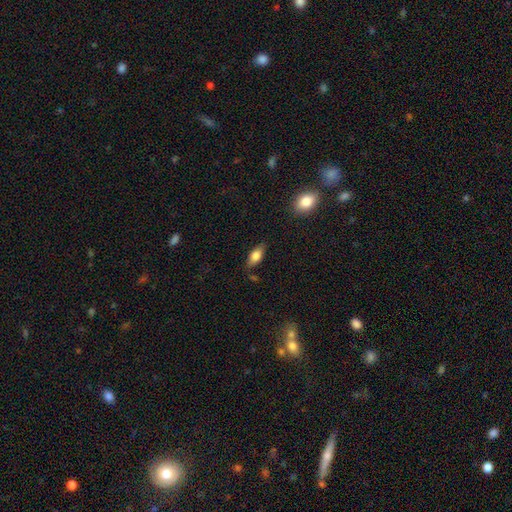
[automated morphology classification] Smooth or featured: smooth — 77% (featured or disk — 15%)
How rounded: in between — 84% (cigar-shaped — 13%)
Merging: none — 79% (minor disturbance — 15%)